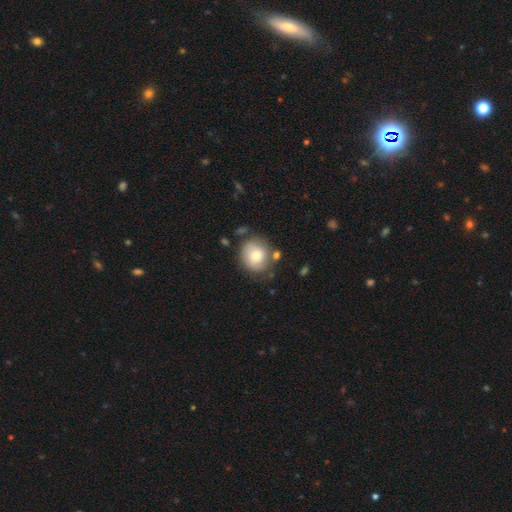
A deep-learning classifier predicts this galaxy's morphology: A smooth galaxy with no disk features (73%) that is round (82%).

Vote fractions:
- Smooth or featured? smooth: 73% / featured or disk: 18% / star or artifact: 9%
- How rounded? round: 82% / in between: 17% / cigar-shaped: 1%
- Merging? none: 71% / minor disturbance: 17% / merger: 7% / major disturbance: 6%